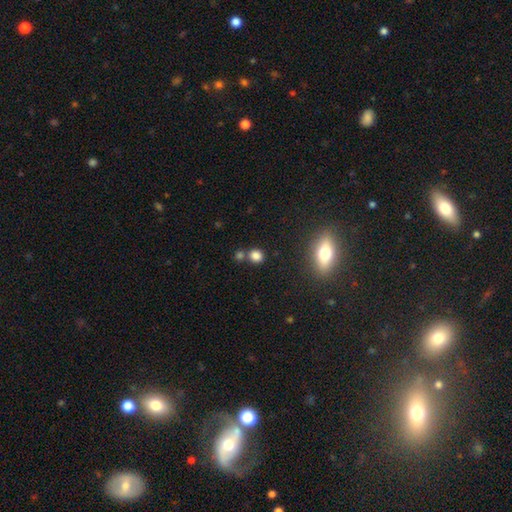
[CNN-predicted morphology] smooth-or-featured: smooth: 82% | star or artifact: 13% | featured or disk: 5%
  how-rounded: round: 76% | in between: 23% | cigar-shaped: 1%
  merging: none: 69% | merger: 18% | minor disturbance: 10% | major disturbance: 3%